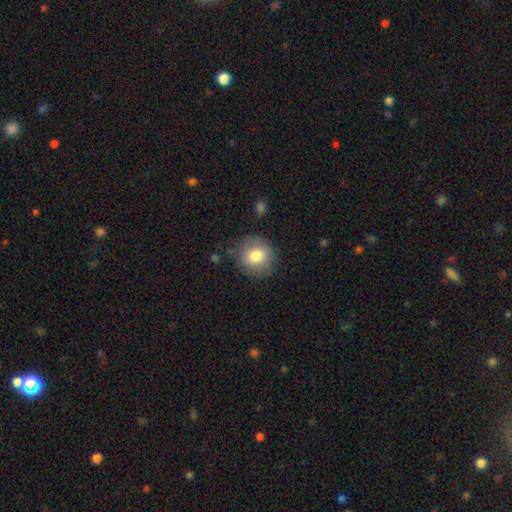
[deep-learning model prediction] Smooth or featured? smooth (81%)
How rounded? round (88%)
Merging? none (82%)